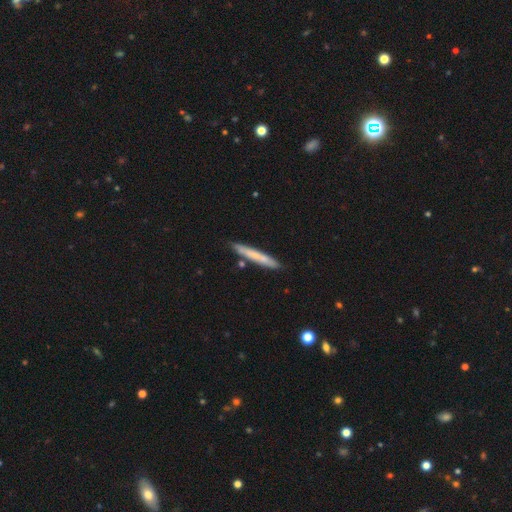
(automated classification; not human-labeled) Overall: smooth (61%; featured or disk 32%). How rounded: cigar-shaped (95%). Merging: none (83%).